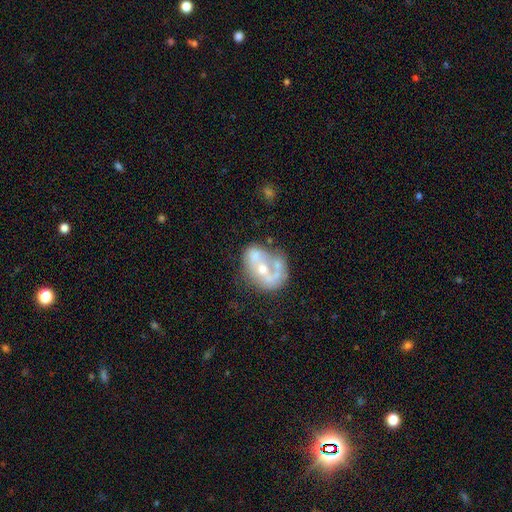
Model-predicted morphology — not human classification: A featured or disk galaxy (61%) with no bar (76%), no spiral arms (67%) and a moderate central bulge (57%).

Vote fractions:
- Smooth or featured? featured or disk: 61% / smooth: 30% / star or artifact: 9%
- Edge-on disk? no: 97% / yes: 3%
- Bar? no: 76% / weak: 17% / strong: 7%
- Spiral arms? no: 67% / yes: 33%
- Bulge size? moderate: 57% / small: 33% / none: 5% / large: 4% / dominant: 1%
- Merging? merger: 34% / none: 28% / major disturbance: 20% / minor disturbance: 17%